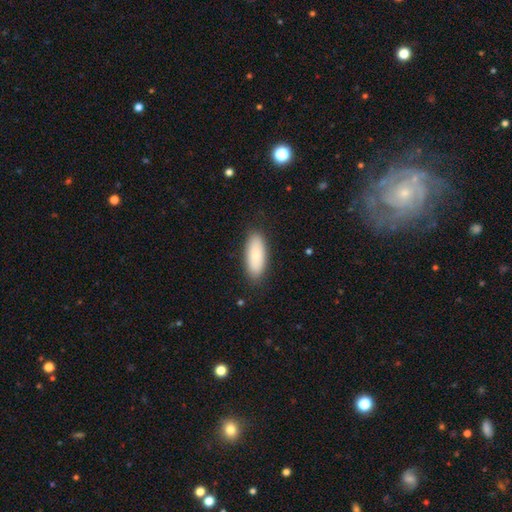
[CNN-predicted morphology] A smooth galaxy with no disk features (84%) that is in between round and cigar-shaped (77%). Merging: none (87%).